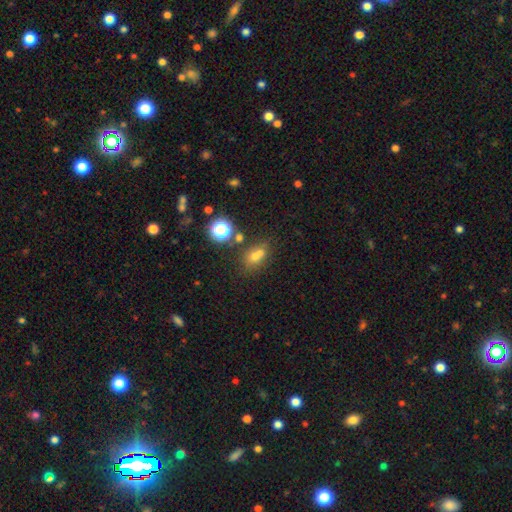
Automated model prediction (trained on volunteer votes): Smooth or featured? Predicted: smooth (p=0.62). How rounded? Predicted: round (p=0.52). Merging? Predicted: none (p=0.48).